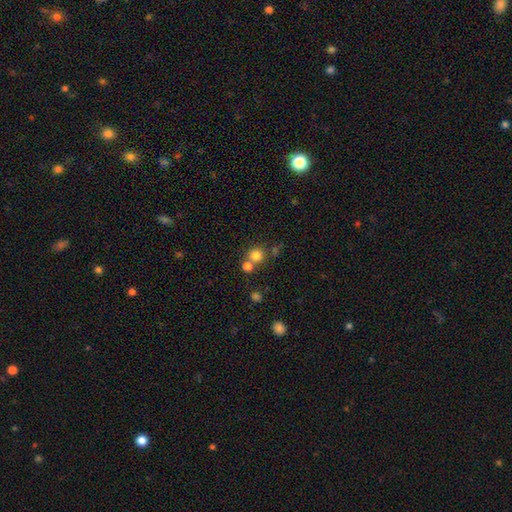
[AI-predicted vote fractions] Smooth or featured? Predicted: smooth (p=0.79). How rounded? Predicted: round (p=0.90). Merging? Predicted: none (p=0.61).